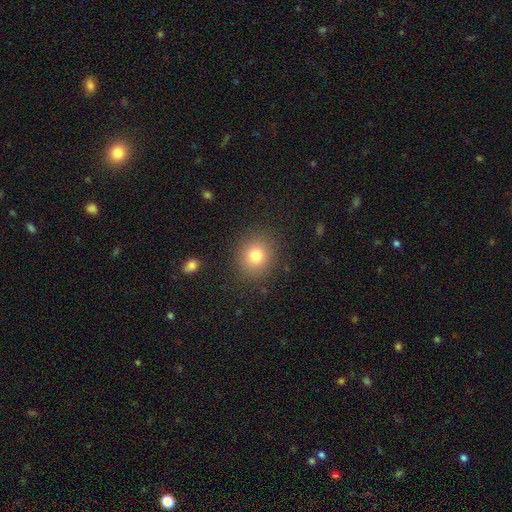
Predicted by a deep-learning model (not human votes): smooth-or-featured: smooth: 80% | star or artifact: 12% | featured or disk: 8%
  how-rounded: round: 78% | in between: 21% | cigar-shaped: 1%
  merging: none: 87% | minor disturbance: 8% | major disturbance: 3% | merger: 1%